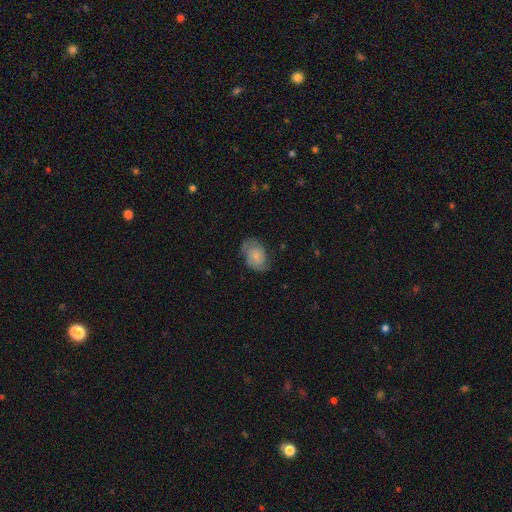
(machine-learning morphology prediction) A featured or disk galaxy (51%).

Vote fractions:
- Smooth or featured? featured or disk: 51% / smooth: 42% / star or artifact: 8%
- Edge-on disk? no: 97% / yes: 3%
- Merging? none: 64% / minor disturbance: 26% / major disturbance: 9% / merger: 1%